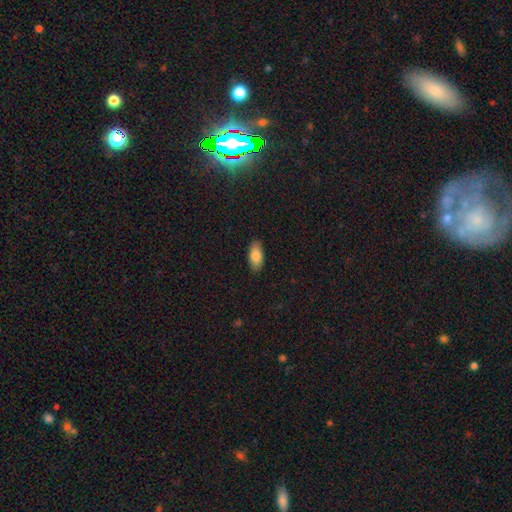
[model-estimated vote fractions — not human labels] Smooth or featured? smooth (83%)
How rounded? in between (90%)
Merging? none (88%)